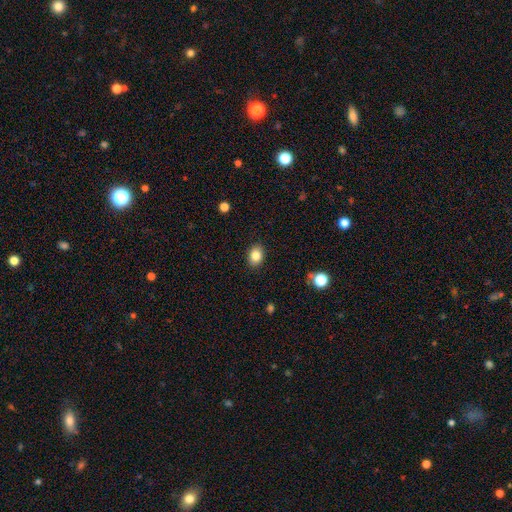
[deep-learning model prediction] A smooth galaxy with no disk features (85%) that is in between round and cigar-shaped (65%).

Vote fractions:
- Smooth or featured? smooth: 85% / star or artifact: 9% / featured or disk: 6%
- How rounded? in between: 65% / round: 34% / cigar-shaped: 1%
- Merging? none: 88% / minor disturbance: 9% / major disturbance: 2% / merger: 1%